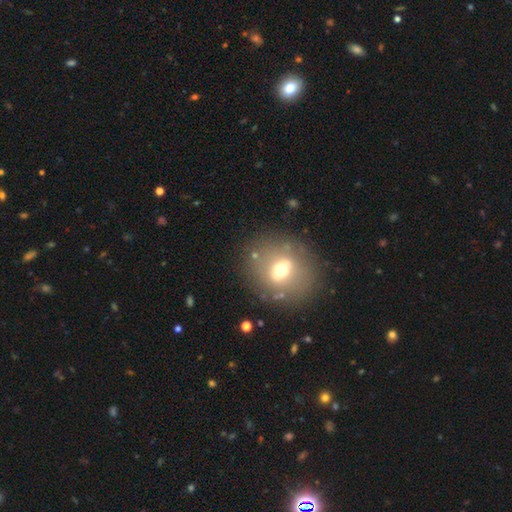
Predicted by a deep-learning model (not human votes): A smooth galaxy with no disk features (53%) that is round (75%).

Vote fractions:
- Smooth or featured? smooth: 53% / featured or disk: 32% / star or artifact: 15%
- How rounded? round: 75% / in between: 24% / cigar-shaped: 1%
- Merging? none: 79% / minor disturbance: 11% / major disturbance: 5% / merger: 4%